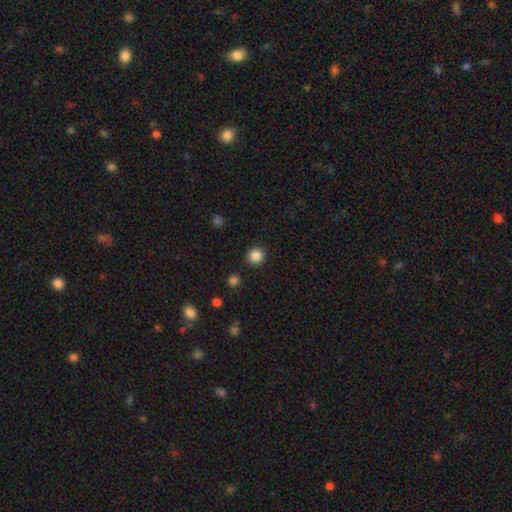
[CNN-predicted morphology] Smooth or featured?
  - smooth: 86% *
  - star or artifact: 11%
  - featured or disk: 3%
How rounded?
  - round: 93% *
  - in between: 6%
  - cigar-shaped: 1%
Merging?
  - none: 90% *
  - minor disturbance: 6%
  - major disturbance: 2%
  - merger: 2%